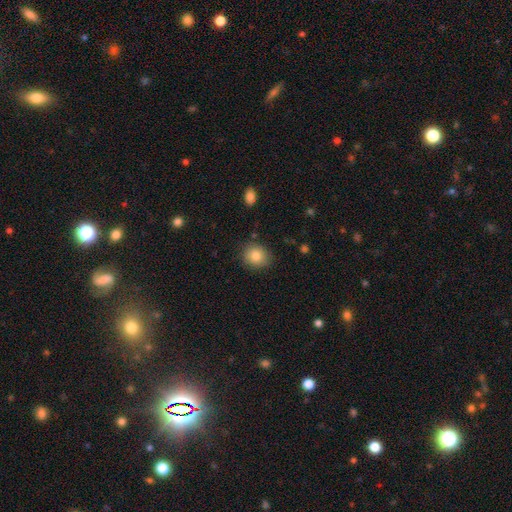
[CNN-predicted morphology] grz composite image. It shows a smooth galaxy with no disk features (83%) that is round (75%). Merging: none (85%).